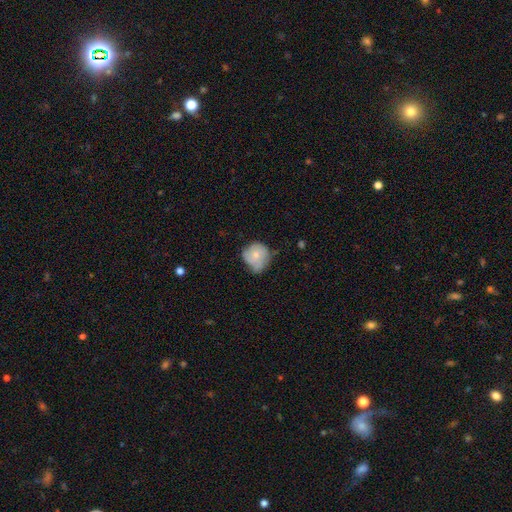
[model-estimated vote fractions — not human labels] Smooth or featured: smooth — 67% (featured or disk — 26%)
How rounded: round — 84% (in between — 15%)
Merging: none — 44% (minor disturbance — 42%)